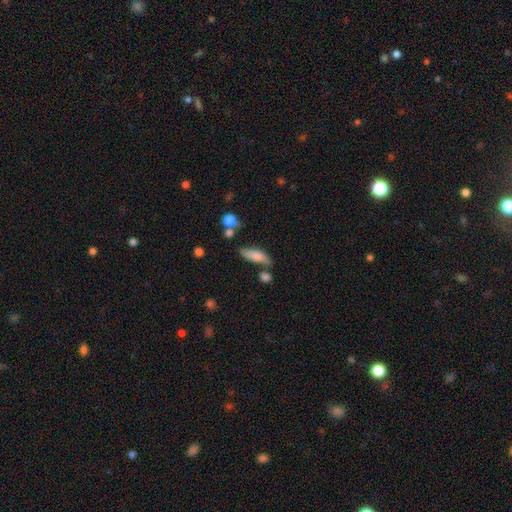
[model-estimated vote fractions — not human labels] This appears to be a smooth galaxy with no disk features (76%) that is in between round and cigar-shaped (53%). Merging: none (58%).